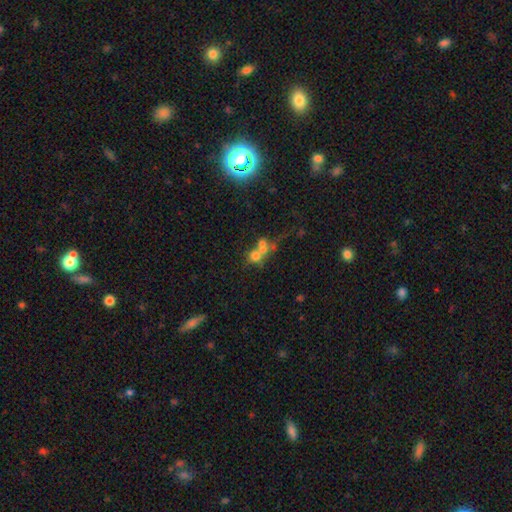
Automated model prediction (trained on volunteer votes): smooth-or-featured: smooth: 57% | featured or disk: 25% | star or artifact: 17%
  how-rounded: round: 75% | in between: 23% | cigar-shaped: 2%
  merging: merger: 60% | none: 26% | major disturbance: 7% | minor disturbance: 7%